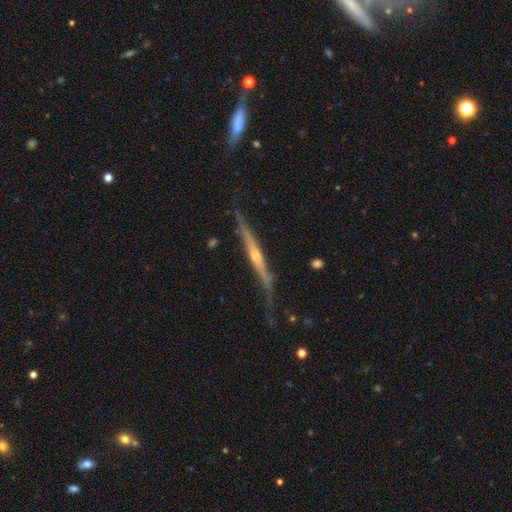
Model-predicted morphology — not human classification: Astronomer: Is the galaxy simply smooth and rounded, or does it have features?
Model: featured or disk — 79%.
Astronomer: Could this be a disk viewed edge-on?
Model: yes — 97%.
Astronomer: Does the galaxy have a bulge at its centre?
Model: rounded — 76%.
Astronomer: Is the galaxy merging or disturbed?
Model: none — 69%.